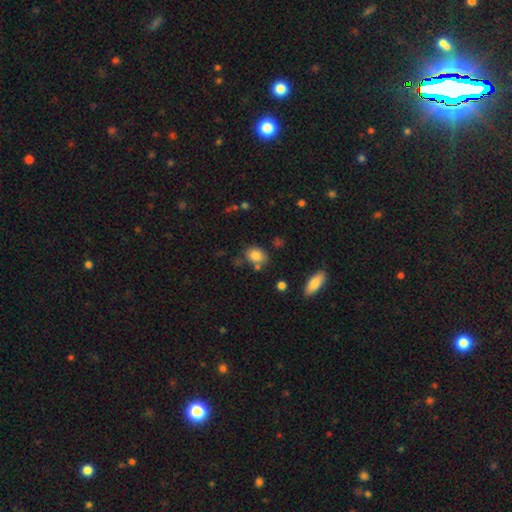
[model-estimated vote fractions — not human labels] Q: Smooth or featured?
A: smooth (83%); runner-up: star or artifact (10%)
Q: How rounded?
A: in between (58%); runner-up: round (41%)
Q: Merging?
A: none (70%); runner-up: minor disturbance (15%)